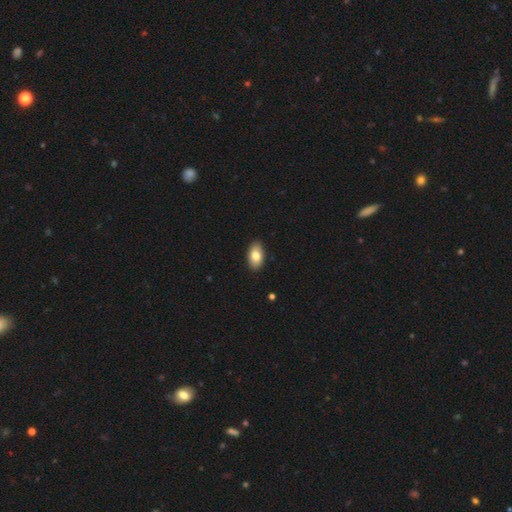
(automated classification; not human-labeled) The model was most divided on "smooth or featured": smooth: 82%, featured or disk: 11%, star or artifact: 7%. More confident: how rounded — in between (93%); merging — none (90%).